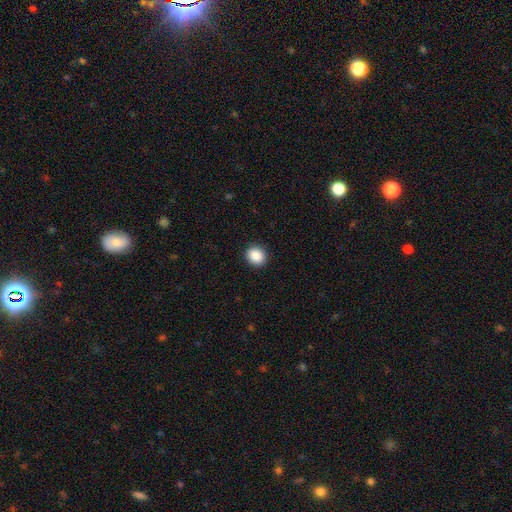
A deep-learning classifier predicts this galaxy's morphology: smooth-or-featured: smooth: 88% | star or artifact: 9% | featured or disk: 3%
  how-rounded: round: 73% | in between: 26% | cigar-shaped: 1%
  merging: none: 91% | minor disturbance: 6% | major disturbance: 2% | merger: 1%